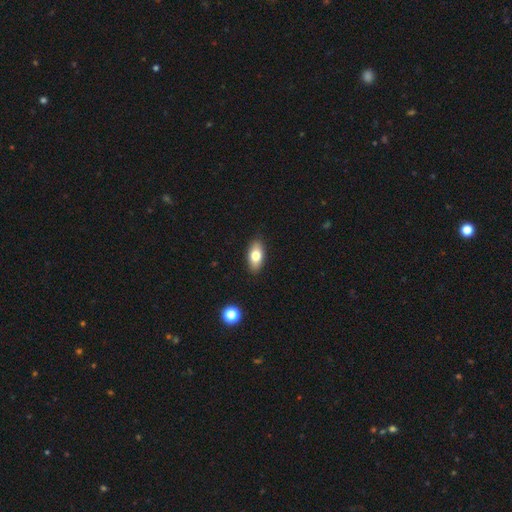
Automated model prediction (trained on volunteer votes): smooth_or_featured: smooth (p=0.76) [alt: featured or disk p=0.17]
how_rounded: in between (p=0.89) [alt: cigar-shaped p=0.07]
merging: none (p=0.89) [alt: minor disturbance p=0.08]